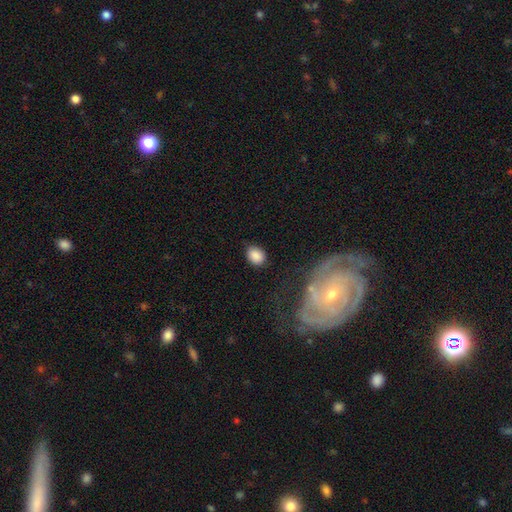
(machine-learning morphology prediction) The model was most divided on "how rounded": in between: 54%, round: 45%, cigar-shaped: 1%. More confident: smooth or featured — smooth (86%); merging — none (77%).